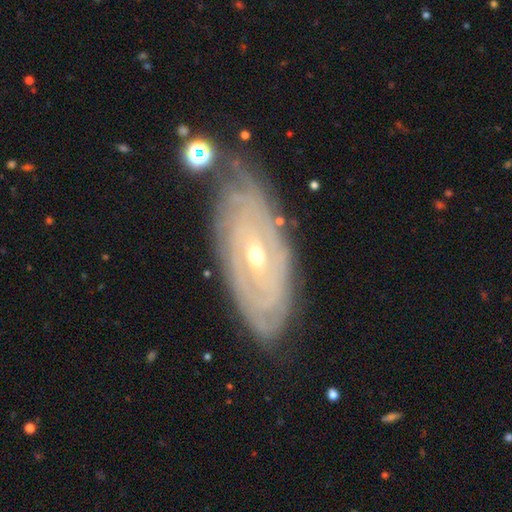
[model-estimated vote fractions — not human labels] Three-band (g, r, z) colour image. It shows a featured or disk galaxy (86%) with no bar (55%), tight (84%) spiral arms (93%) and a small central bulge (51%). Merging: none (75%).